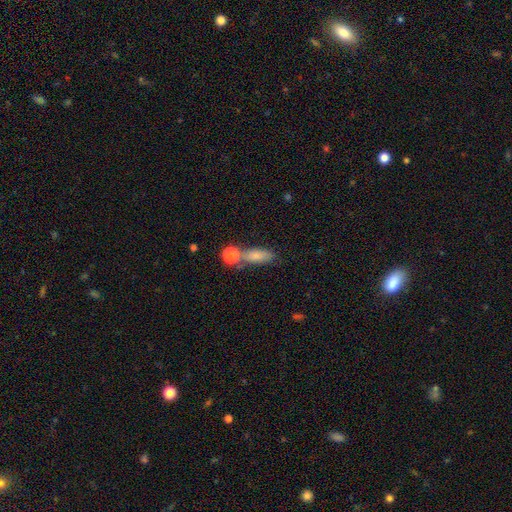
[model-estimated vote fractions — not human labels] Q: Smooth or featured?
A: smooth (75%); runner-up: featured or disk (15%)
Q: How rounded?
A: in between (63%); runner-up: cigar-shaped (27%)
Q: Merging?
A: none (52%); runner-up: merger (23%)